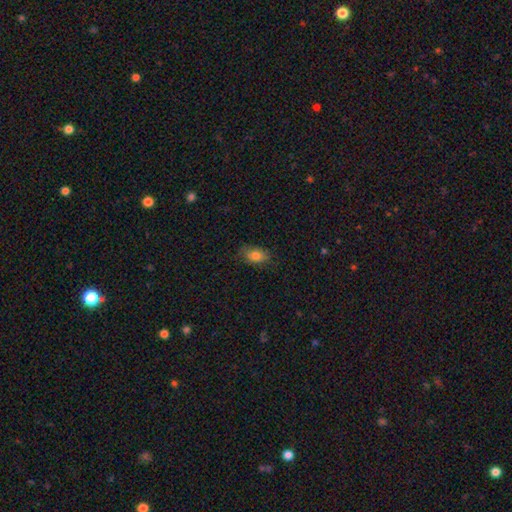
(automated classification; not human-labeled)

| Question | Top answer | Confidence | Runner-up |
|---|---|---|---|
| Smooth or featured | smooth | 80% | featured or disk (11%) |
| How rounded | in between | 86% | round (10%) |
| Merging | none | 77% | minor disturbance (18%) |